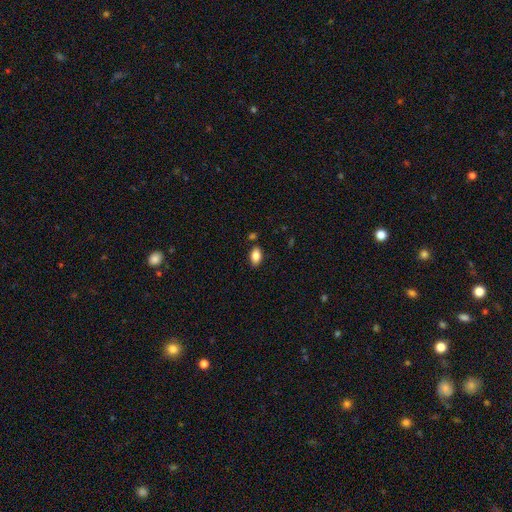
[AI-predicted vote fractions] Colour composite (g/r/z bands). It shows a smooth galaxy with no disk features (85%) that is in between round and cigar-shaped (92%). Merging: none (82%).